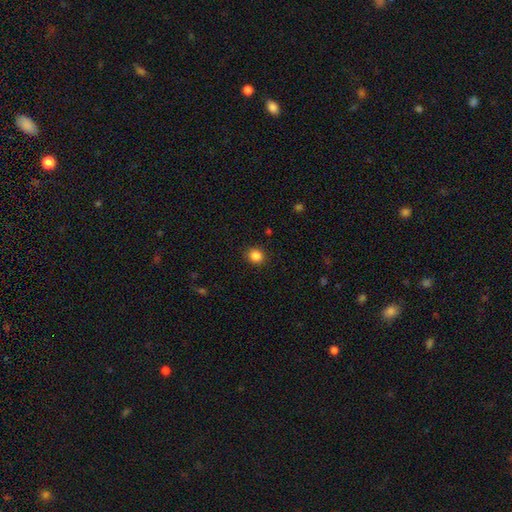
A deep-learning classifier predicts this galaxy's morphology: The model was most divided on "how rounded": round: 78%, in between: 21%, cigar-shaped: 1%. More confident: merging — none (90%); smooth or featured — smooth (86%).